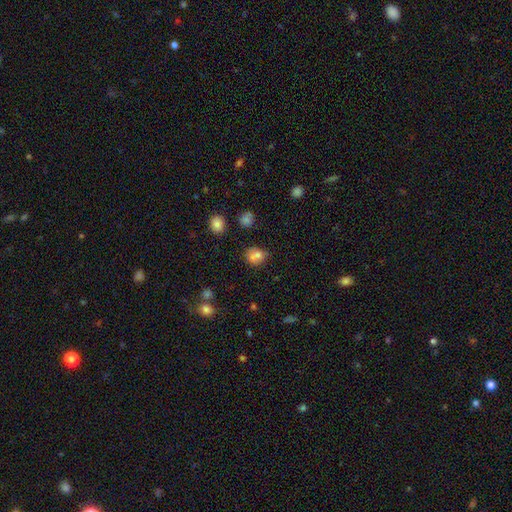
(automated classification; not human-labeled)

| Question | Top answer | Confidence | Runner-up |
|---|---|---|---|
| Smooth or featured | smooth | 73% | star or artifact (15%) |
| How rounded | round | 65% | in between (34%) |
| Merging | none | 57% | merger (21%) |